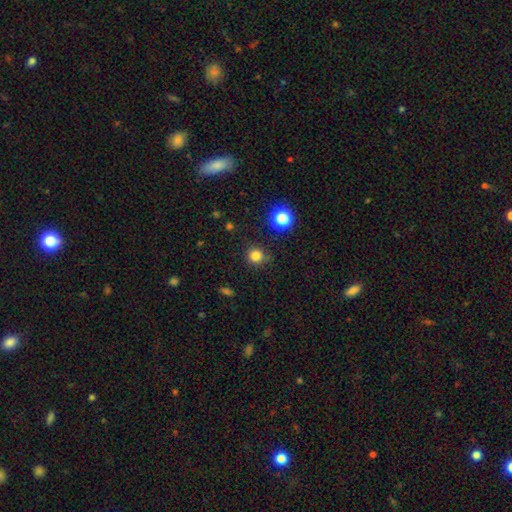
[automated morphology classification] Smooth or featured? smooth (80%)
How rounded? round (93%)
Merging? none (84%)